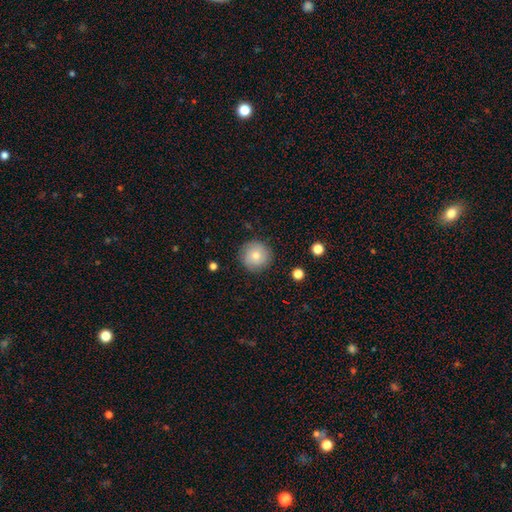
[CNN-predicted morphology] smooth-or-featured: smooth: 74% | featured or disk: 17% | star or artifact: 9%
  how-rounded: round: 95% | in between: 4% | cigar-shaped: 1%
  merging: none: 87% | minor disturbance: 9% | major disturbance: 3% | merger: 1%